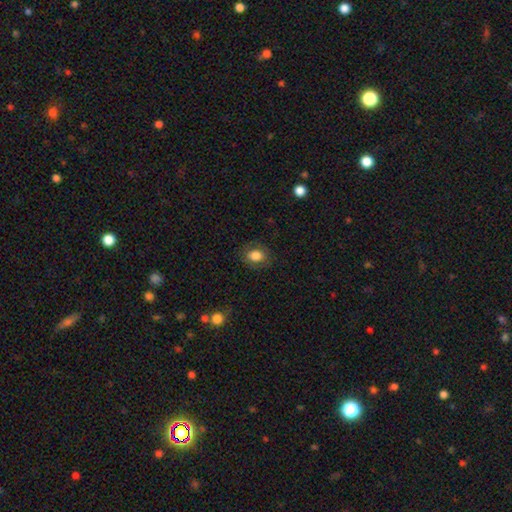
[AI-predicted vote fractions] Smooth or featured?
  - smooth: 80% *
  - featured or disk: 12%
  - star or artifact: 9%
How rounded?
  - in between: 54% *
  - round: 45%
  - cigar-shaped: 1%
Merging?
  - none: 83% *
  - minor disturbance: 12%
  - major disturbance: 4%
  - merger: 1%